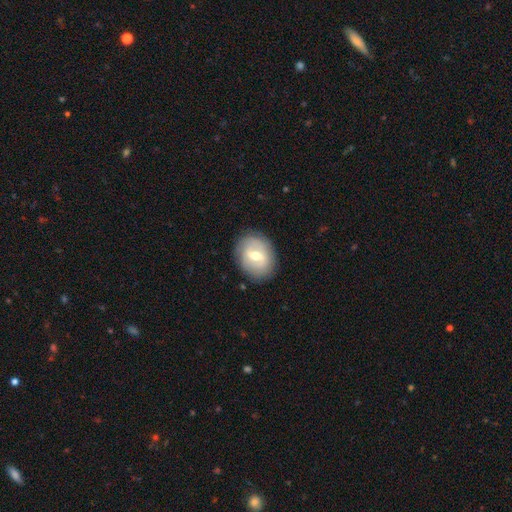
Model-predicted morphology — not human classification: Overall: featured or disk (53%; smooth 40%). Edge-on disk: no (91%). Merging: none (83%).